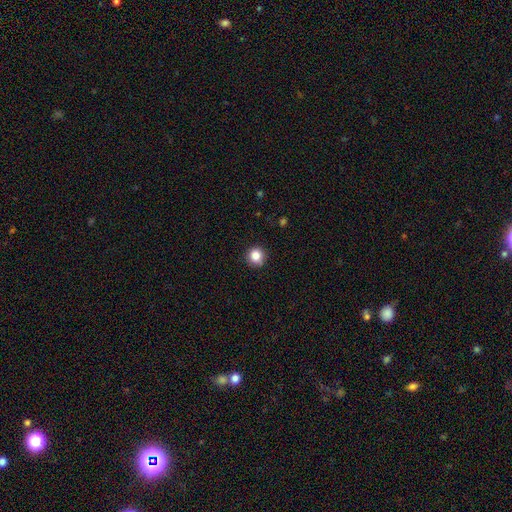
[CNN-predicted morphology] Overall: smooth (85%). How rounded: round (94%). Merging: none (90%).